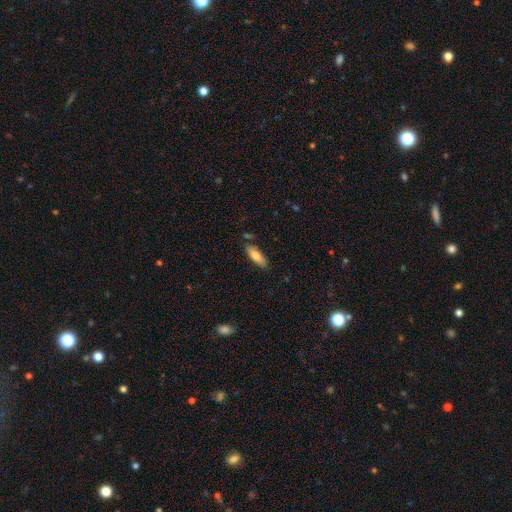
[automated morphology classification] Smooth or featured? smooth (75%)
How rounded? in between (66%)
Merging? none (79%)